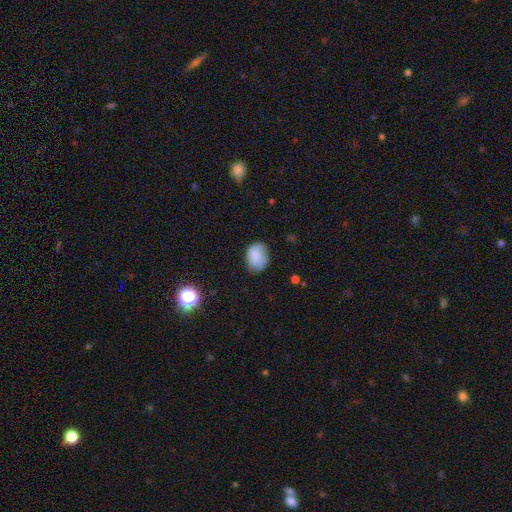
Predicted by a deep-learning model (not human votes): Smooth or featured? smooth (75%)
How rounded? in between (62%)
Merging? none (63%)